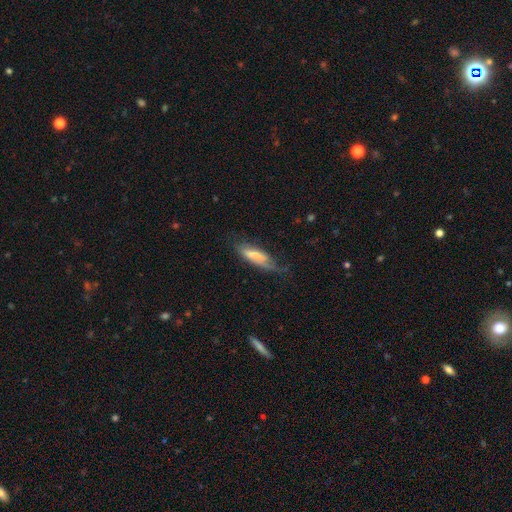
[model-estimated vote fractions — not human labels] A smooth galaxy with no disk features (59%) that is in between round and cigar-shaped (50%).

Vote fractions:
- Smooth or featured? smooth: 59% / featured or disk: 34% / star or artifact: 7%
- How rounded? in between: 50% / cigar-shaped: 48% / round: 2%
- Merging? none: 41% / minor disturbance: 32% / major disturbance: 24% / merger: 3%